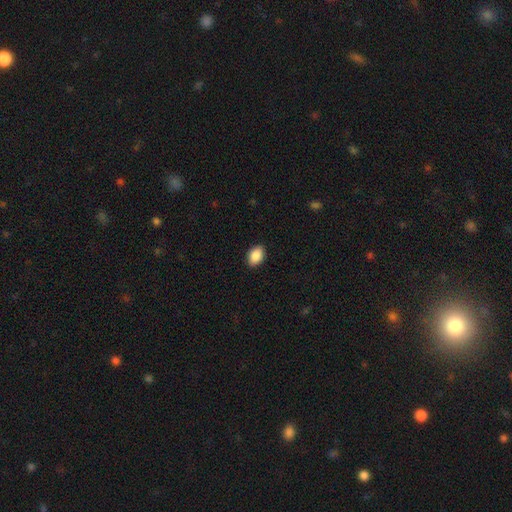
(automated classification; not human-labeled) Smooth or featured? Predicted: smooth (p=0.89). How rounded? Predicted: in between (p=0.85). Merging? Predicted: none (p=0.88).